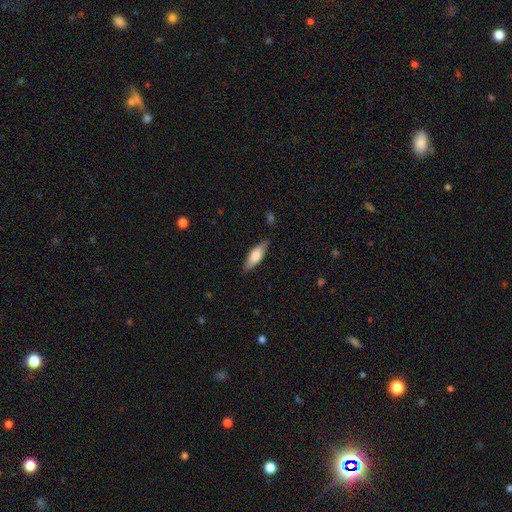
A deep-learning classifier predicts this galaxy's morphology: smooth_or_featured: smooth (p=0.72) [alt: featured or disk p=0.22]
how_rounded: in between (p=0.63) [alt: cigar-shaped p=0.35]
merging: none (p=0.83) [alt: minor disturbance p=0.14]